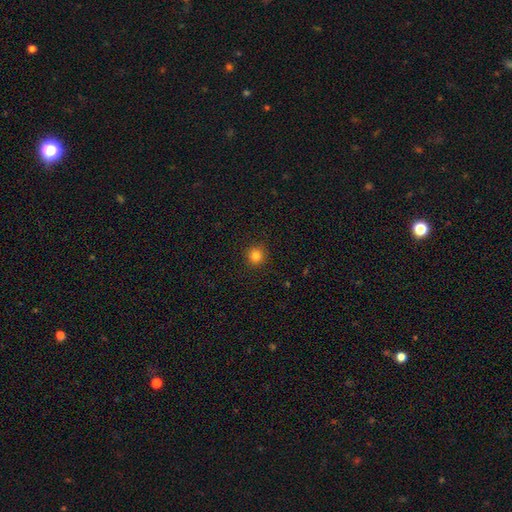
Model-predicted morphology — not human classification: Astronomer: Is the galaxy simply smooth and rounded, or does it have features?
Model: smooth — 82%.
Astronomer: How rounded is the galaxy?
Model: round — 95%.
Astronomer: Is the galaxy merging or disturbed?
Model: none — 92%.